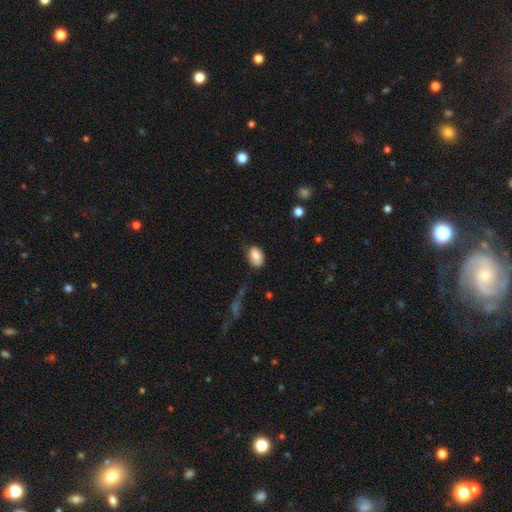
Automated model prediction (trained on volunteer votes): smooth_or_featured: smooth (p=0.82) [alt: featured or disk p=0.11]
how_rounded: in between (p=0.84) [alt: round p=0.15]
merging: none (p=0.61) [alt: minor disturbance p=0.28]